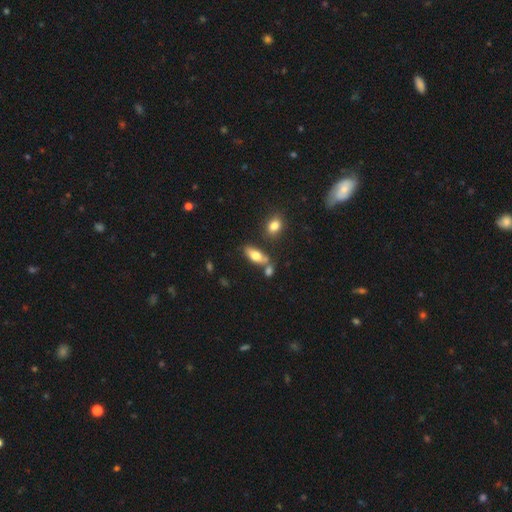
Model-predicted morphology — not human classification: This is likely a smooth galaxy (70%). How rounded: likely in between (77%). Merging: possibly none (59%).